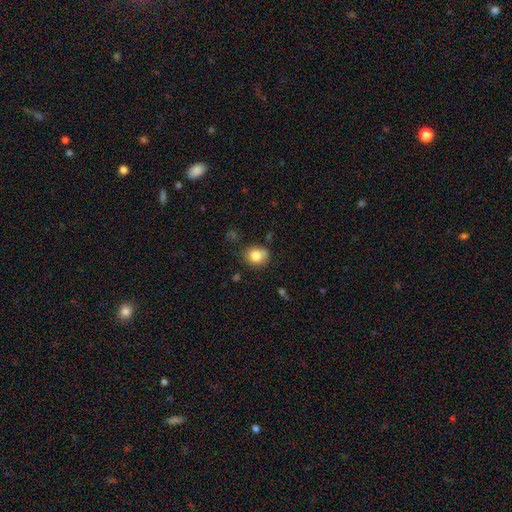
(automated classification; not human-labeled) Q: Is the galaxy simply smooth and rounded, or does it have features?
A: smooth — 80%.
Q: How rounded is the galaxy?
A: round — 69%.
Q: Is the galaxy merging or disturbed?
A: none — 72%.